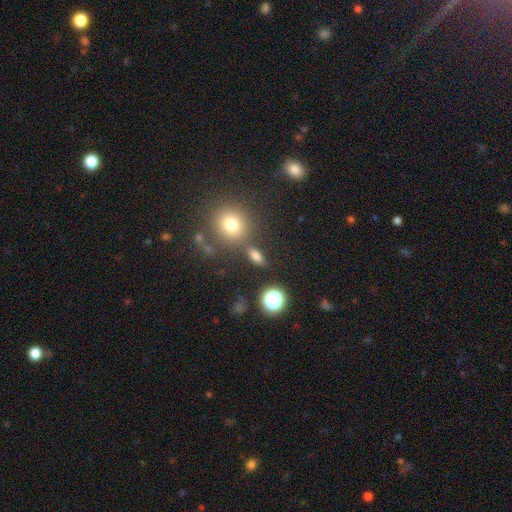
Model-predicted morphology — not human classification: This appears to be a smooth galaxy with no disk features (71%) that is in between round and cigar-shaped (61%). Merging: none (76%).